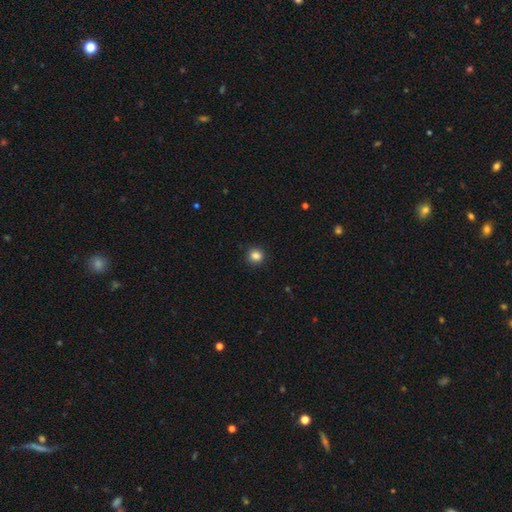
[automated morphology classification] Smooth or featured: smooth — 85% (star or artifact — 11%)
How rounded: round — 91% (in between — 8%)
Merging: none — 91% (minor disturbance — 6%)